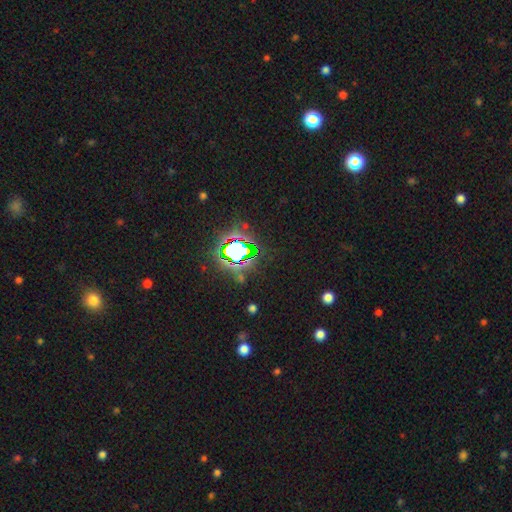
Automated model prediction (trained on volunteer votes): smooth-or-featured: star or artifact: 83% | smooth: 10% | featured or disk: 7%